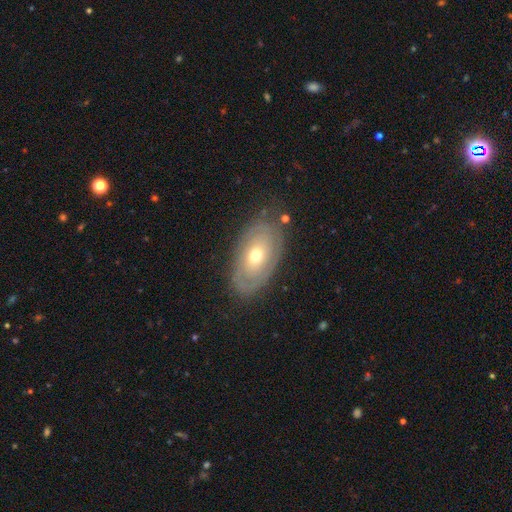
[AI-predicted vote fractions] Smooth or featured? featured or disk (60%)
Edge-on disk? no (90%)
Bar? no (83%)
Spiral arms? yes (51%)
Bulge size? moderate (62%)
Merging? none (78%)